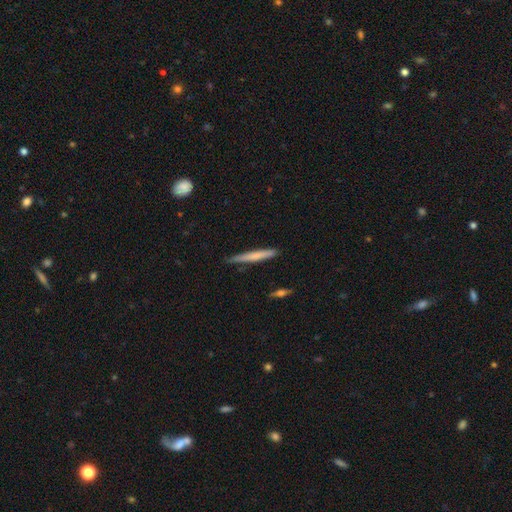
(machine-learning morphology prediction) type=smooth (65%); roundness=cigar-shaped (96%); merging=none (82%).